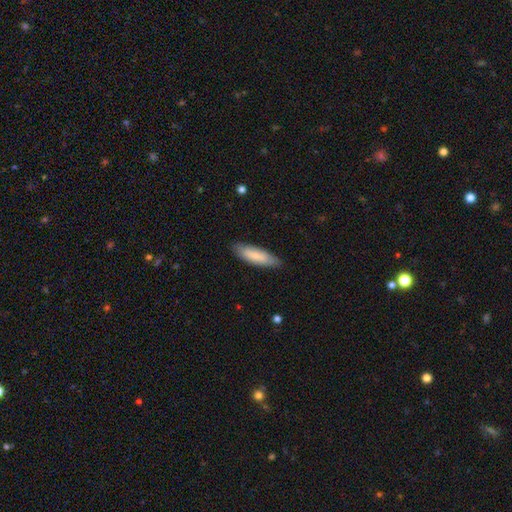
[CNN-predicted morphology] The model was most divided on "how rounded": cigar-shaped: 55%, in between: 44%, round: 1%. More confident: merging — none (85%); smooth or featured — smooth (82%).